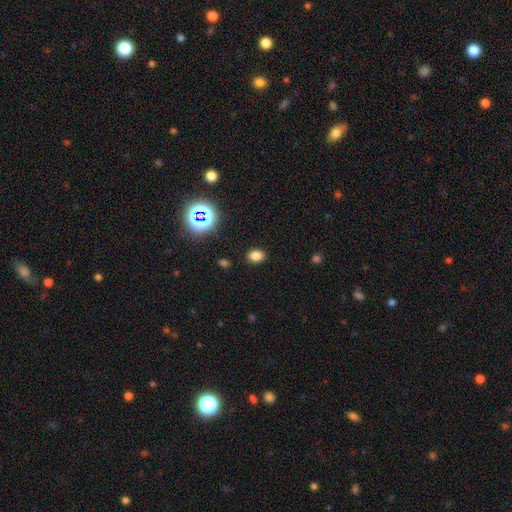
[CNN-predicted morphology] Smooth or featured: smooth — 79% (star or artifact — 16%)
How rounded: in between — 62% (round — 37%)
Merging: none — 88% (minor disturbance — 8%)